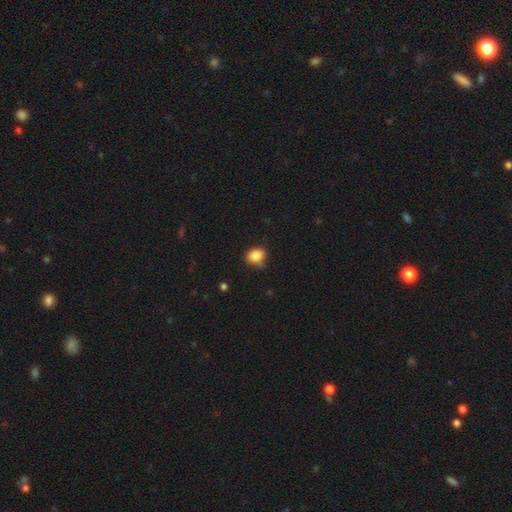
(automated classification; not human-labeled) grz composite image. It shows a smooth galaxy with no disk features (85%) that is round (57%). Merging: none (64%).